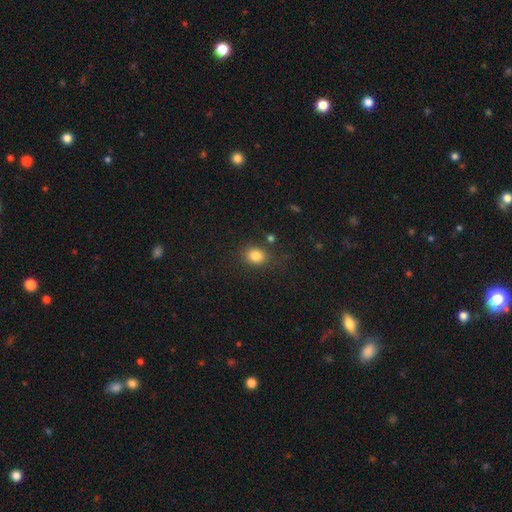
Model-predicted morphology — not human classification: The model was most divided on "how rounded": round: 63%, in between: 36%, cigar-shaped: 1%. More confident: smooth or featured — smooth (83%); merging — none (79%).